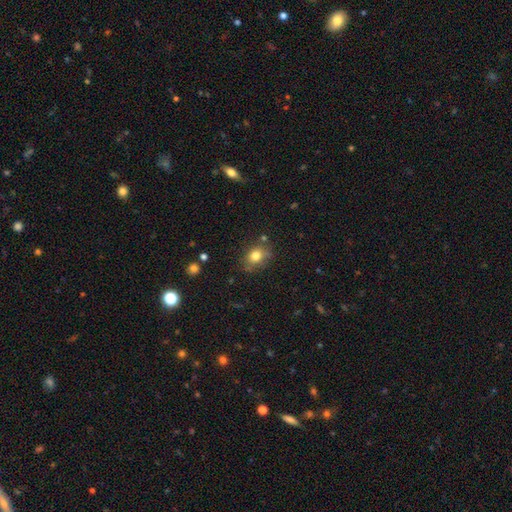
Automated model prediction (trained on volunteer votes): This is likely a smooth galaxy (79%). How rounded: possibly in between (54%). Merging: likely none (72%).